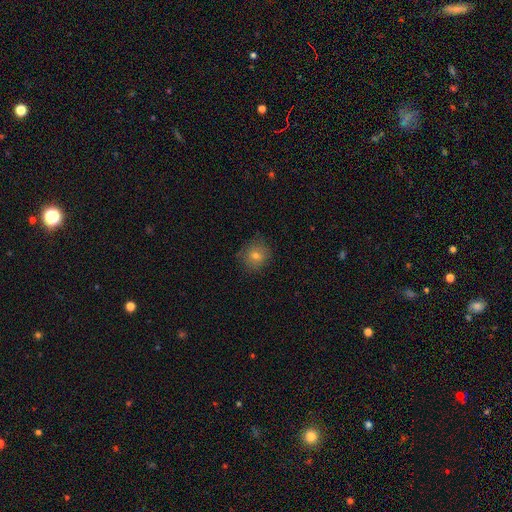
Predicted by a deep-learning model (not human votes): Smooth or featured? smooth (73%)
How rounded? round (86%)
Merging? none (82%)